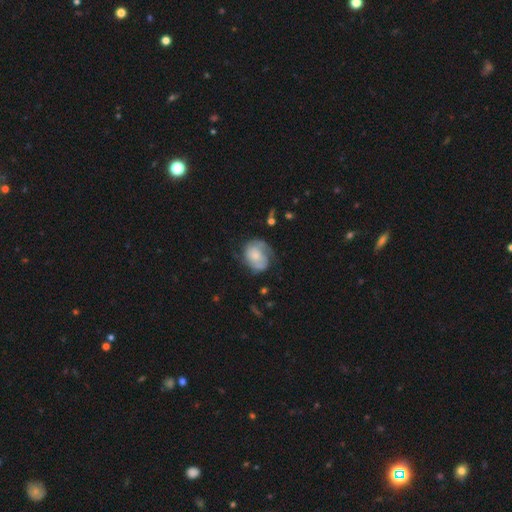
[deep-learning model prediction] The model was most divided on "bulge size": small: 49%, moderate: 36%, none: 7%, large: 6%, dominant: 2%. More confident: edge-on disk — no (97%); spiral arms — yes (81%); bar — no (75%); smooth or featured — featured or disk (57%); merging — none (55%).